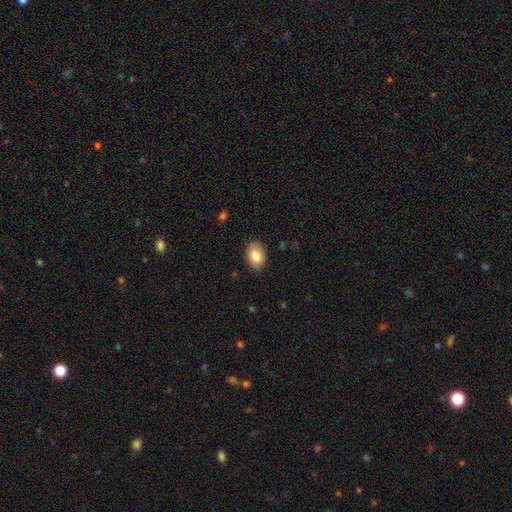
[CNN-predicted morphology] smooth 83%, featured or disk 10%, star or artifact 7%. Down the decision tree: how rounded — in between (79%); merging — none (87%).